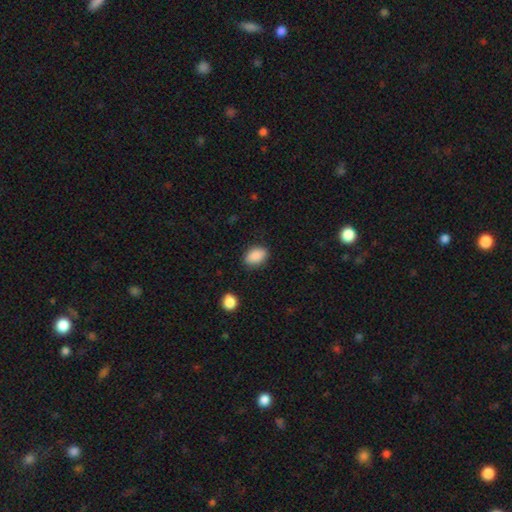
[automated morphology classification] This is clearly a smooth galaxy (89%). How rounded: clearly in between (86%). Merging: clearly none (84%).